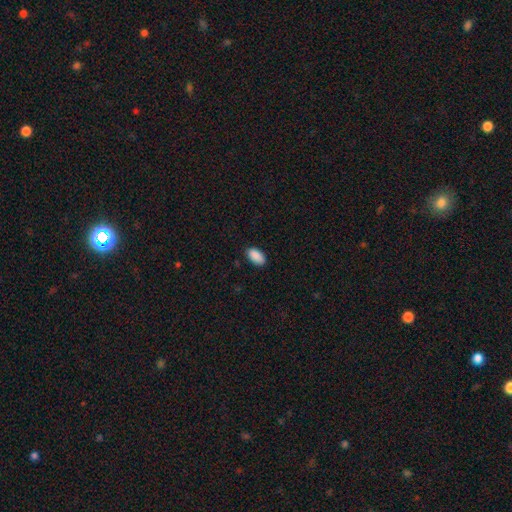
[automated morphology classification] smooth-or-featured: smooth: 90% | star or artifact: 7% | featured or disk: 3%
  how-rounded: in between: 95% | round: 3% | cigar-shaped: 2%
  merging: none: 86% | minor disturbance: 11% | major disturbance: 2% | merger: 1%